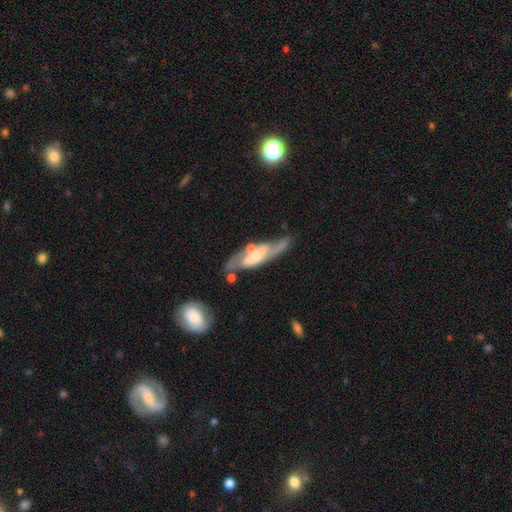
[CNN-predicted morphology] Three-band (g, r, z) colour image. It shows a featured or disk galaxy (77%) with a strong bar (39%), 2 (81%) medium (45%) spiral arms (87%) and a small central bulge (44%). Merging: none (56%).